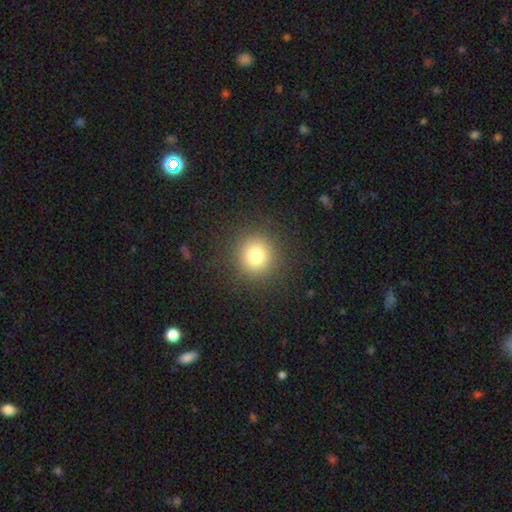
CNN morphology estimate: This appears to be a smooth galaxy with no disk features (77%) that is round (92%). Merging: none (88%).